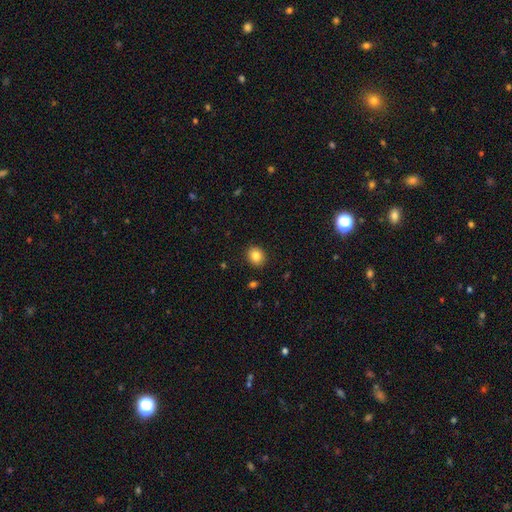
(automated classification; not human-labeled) smooth_or_featured: smooth (p=0.84) [alt: star or artifact p=0.10]
how_rounded: round (p=0.66) [alt: in between p=0.33]
merging: none (p=0.90) [alt: minor disturbance p=0.07]